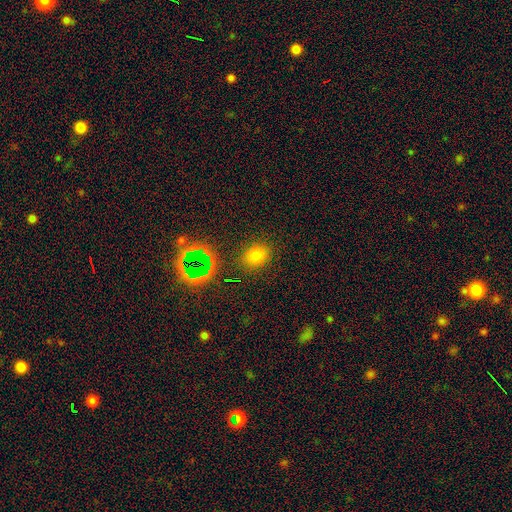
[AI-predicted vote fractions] smooth_or_featured: smooth (p=0.74) [alt: star or artifact p=0.19]
how_rounded: in between (p=0.55) [alt: round p=0.44]
merging: none (p=0.84) [alt: minor disturbance p=0.10]